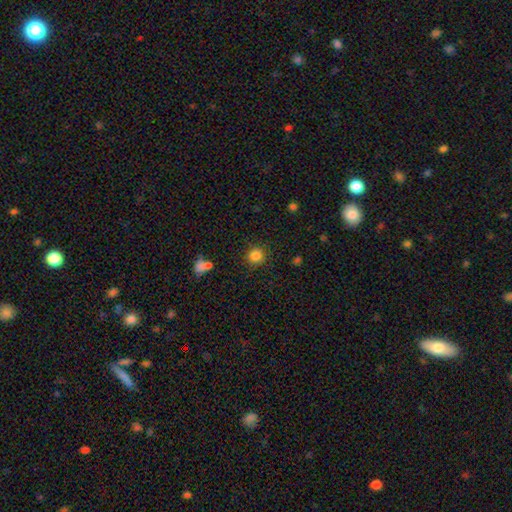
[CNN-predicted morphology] This is clearly a smooth galaxy (84%). How rounded: clearly round (91%). Merging: clearly none (87%).